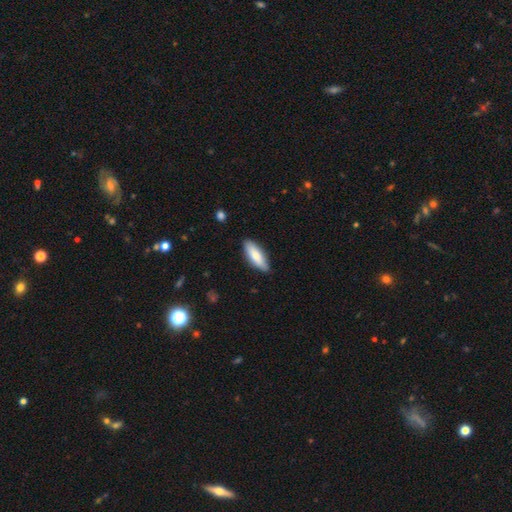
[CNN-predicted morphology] smooth 79%, featured or disk 16%, star or artifact 5%. Down the decision tree: how rounded — in between (66%); merging — none (86%).